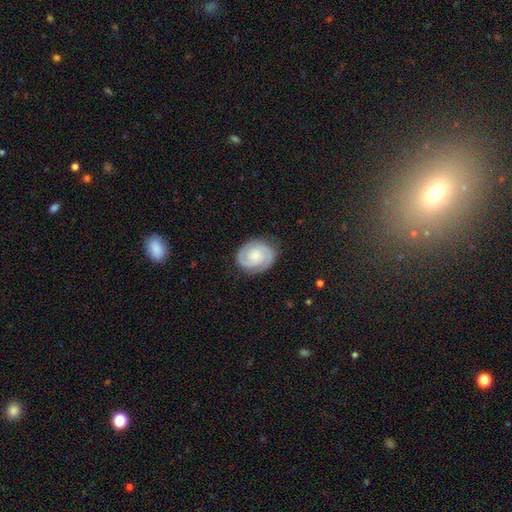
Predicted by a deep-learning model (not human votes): The model was most divided on "bulge size": small: 51%, moderate: 33%, none: 9%, large: 5%, dominant: 2%. More confident: edge-on disk — no (98%); spiral arms — yes (98%); spiral arm count — 2 (91%); merging — none (86%); smooth or featured — featured or disk (85%); bar — no (70%); spiral winding — tight (65%).